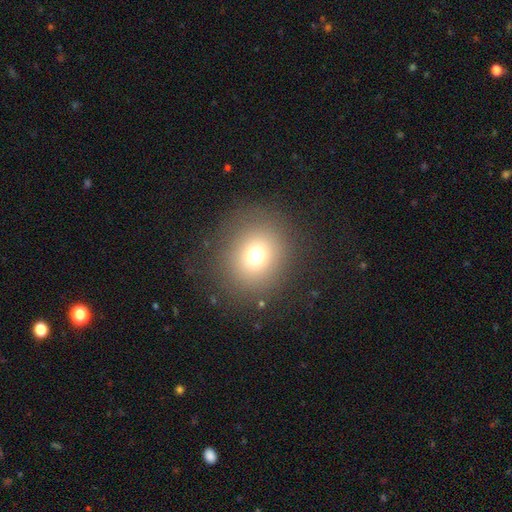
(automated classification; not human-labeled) Overall: smooth (71%). How rounded: round (83%). Merging: none (84%).